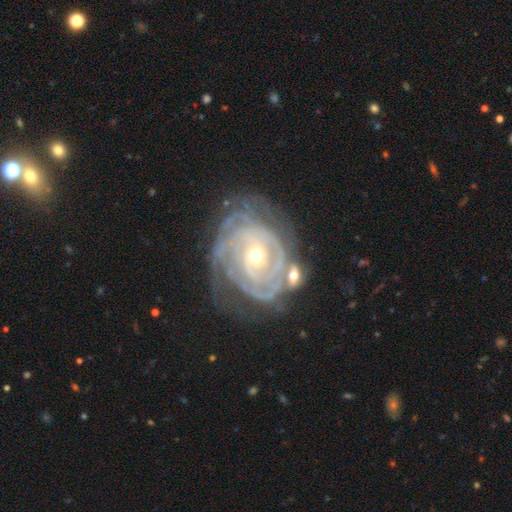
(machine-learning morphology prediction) Q: Smooth or featured?
A: featured or disk (89%); runner-up: star or artifact (6%)
Q: Edge-on disk?
A: no (97%); runner-up: yes (3%)
Q: Bar?
A: no (67%); runner-up: weak (23%)
Q: Spiral arms?
A: yes (95%); runner-up: no (5%)
Q: Spiral winding?
A: tight (81%); runner-up: medium (15%)
Q: Spiral arm count?
A: can't tell (34%); runner-up: 3 (19%)
Q: Bulge size?
A: small (56%); runner-up: moderate (41%)
Q: Merging?
A: none (63%); runner-up: minor disturbance (20%)